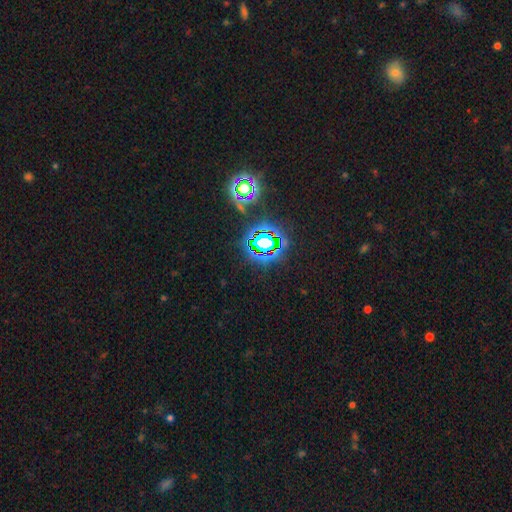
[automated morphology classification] A star or artifact, not a galaxy (79%).

Vote fractions:
- Smooth or featured? star or artifact: 79% / smooth: 14% / featured or disk: 7%